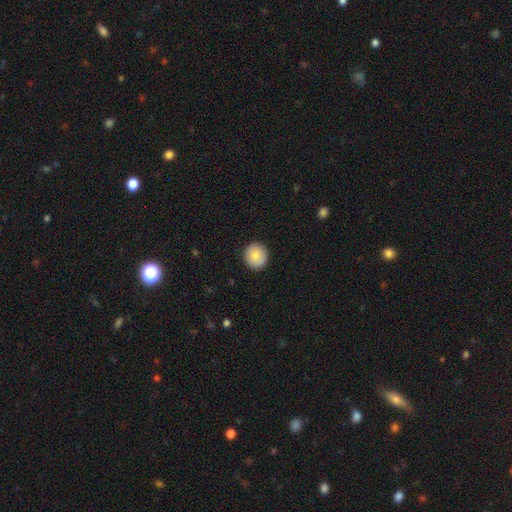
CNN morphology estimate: A smooth galaxy with no disk features (81%) that is round (92%). Merging: none (92%).